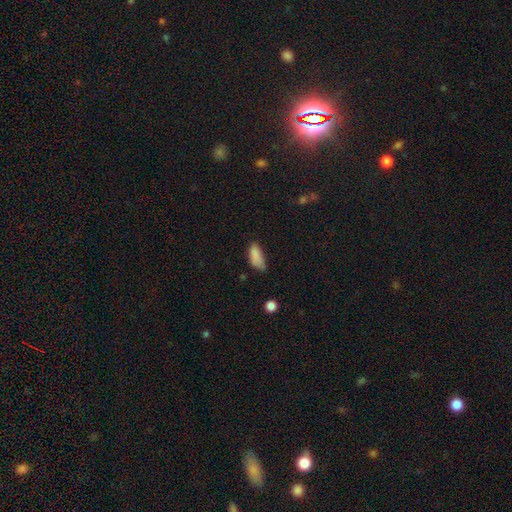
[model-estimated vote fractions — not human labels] Morphology: type=smooth (84%); roundness=in between (81%); merging=none (43%).